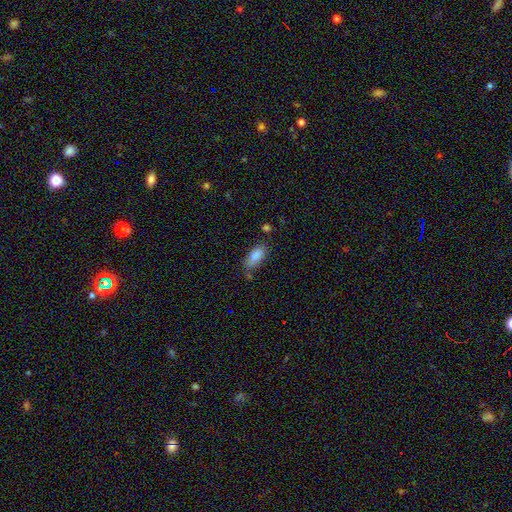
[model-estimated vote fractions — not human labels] A smooth galaxy with no disk features (84%) that is in between round and cigar-shaped (87%). Merging: none (64%).